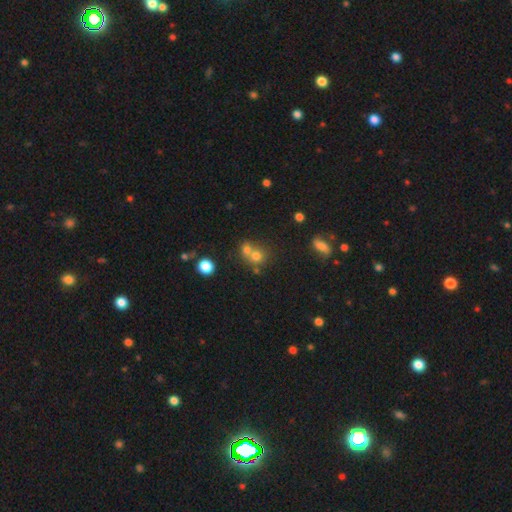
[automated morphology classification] The model was most divided on "merging": merger: 54%, none: 37%, minor disturbance: 6%, major disturbance: 3%. More confident: how rounded — round (81%); smooth or featured — smooth (70%).